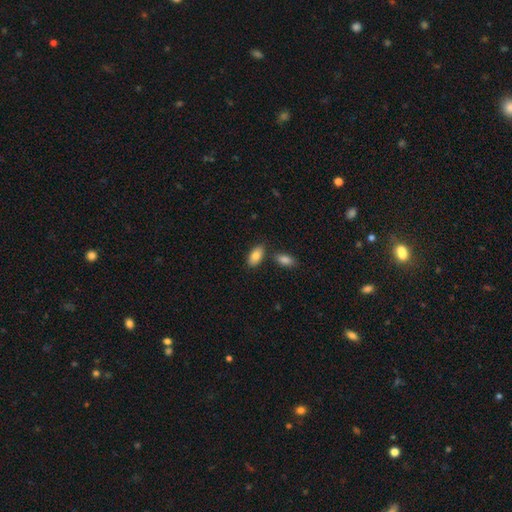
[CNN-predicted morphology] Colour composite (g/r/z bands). It shows a smooth galaxy with no disk features (85%) that is in between round and cigar-shaped (93%). Merging: none (73%).